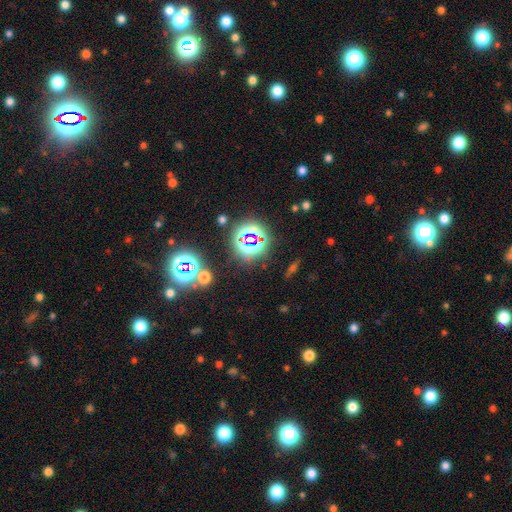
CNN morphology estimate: A star or artifact, not a galaxy (80%).